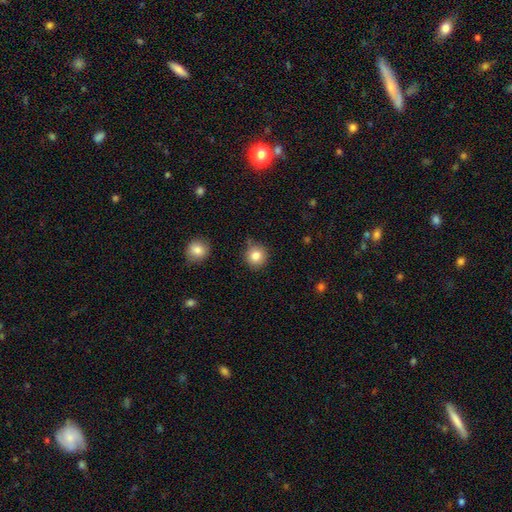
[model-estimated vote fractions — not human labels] A smooth galaxy with no disk features (83%) that is round (92%). Merging: none (82%).